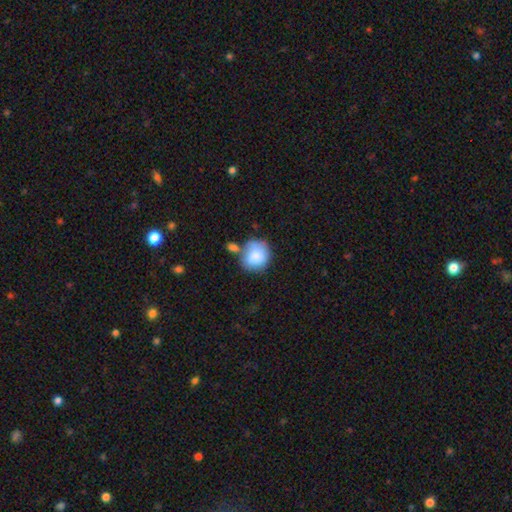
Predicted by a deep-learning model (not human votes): Overall: smooth (80%). How rounded: round (75%). Merging: none (43%; merger 26%).